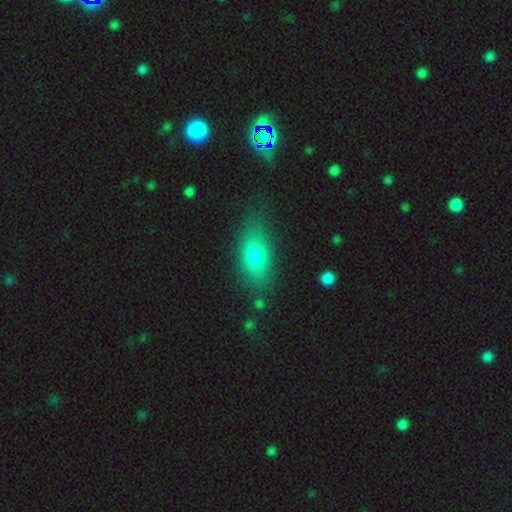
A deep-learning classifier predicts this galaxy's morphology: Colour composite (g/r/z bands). It shows a smooth galaxy with no disk features (75%) that is in between round and cigar-shaped (83%). Merging: none (78%).